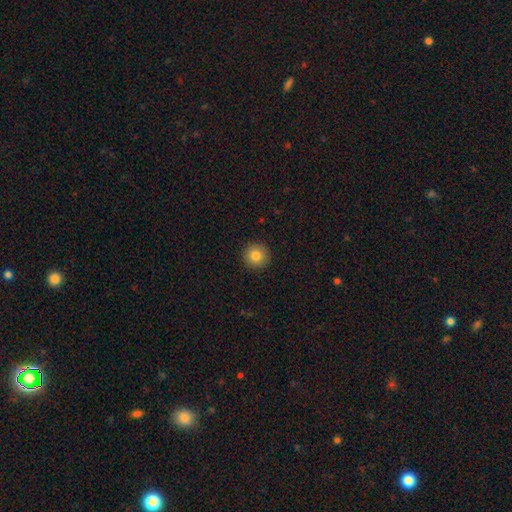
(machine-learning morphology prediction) Q: Smooth or featured?
A: smooth (82%); runner-up: star or artifact (10%)
Q: How rounded?
A: round (95%); runner-up: in between (4%)
Q: Merging?
A: none (93%); runner-up: minor disturbance (5%)